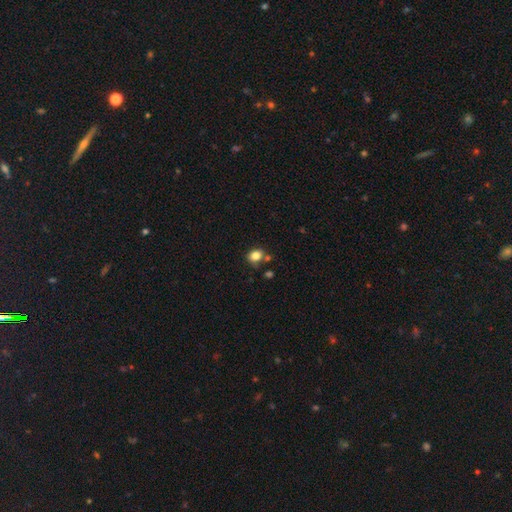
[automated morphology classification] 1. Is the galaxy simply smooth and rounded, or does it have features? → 82% smooth, 11% star or artifact, 7% featured or disk.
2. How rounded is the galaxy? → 61% round, 38% in between, 1% cigar-shaped.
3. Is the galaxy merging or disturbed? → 67% none, 16% minor disturbance, 12% merger, 5% major disturbance.